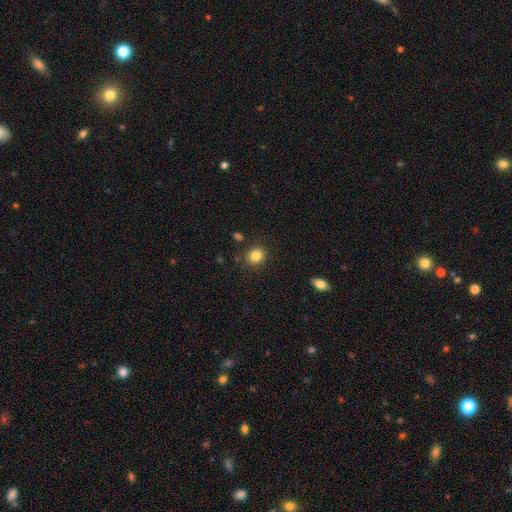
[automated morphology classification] smooth 84%, star or artifact 11%, featured or disk 5%. Down the decision tree: how rounded — round (76%); merging — none (87%).